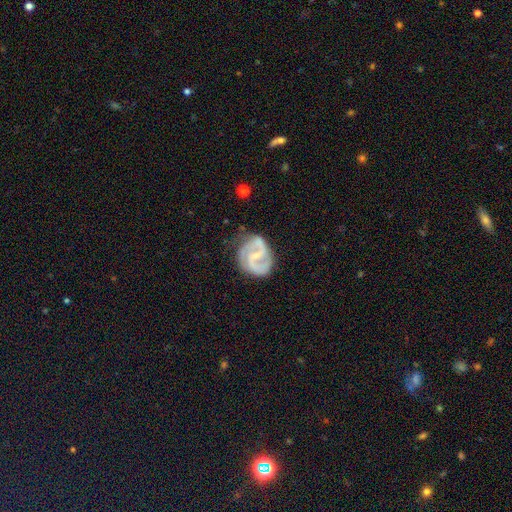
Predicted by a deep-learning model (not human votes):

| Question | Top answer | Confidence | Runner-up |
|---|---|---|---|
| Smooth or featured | featured or disk | 88% | smooth (7%) |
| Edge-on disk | no | 98% | yes (2%) |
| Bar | weak | 50% | no (25%) |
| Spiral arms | yes | 96% | no (4%) |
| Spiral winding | medium | 54% | tight (26%) |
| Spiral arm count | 2 | 85% | 3 (5%) |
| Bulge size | small | 67% | moderate (18%) |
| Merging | none | 67% | minor disturbance (22%) |